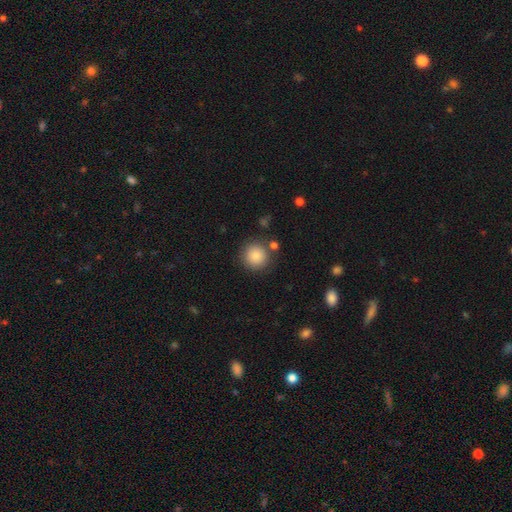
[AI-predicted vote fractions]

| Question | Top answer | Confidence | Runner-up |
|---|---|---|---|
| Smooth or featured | smooth | 85% | star or artifact (9%) |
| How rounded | round | 95% | in between (4%) |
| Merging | none | 83% | minor disturbance (8%) |